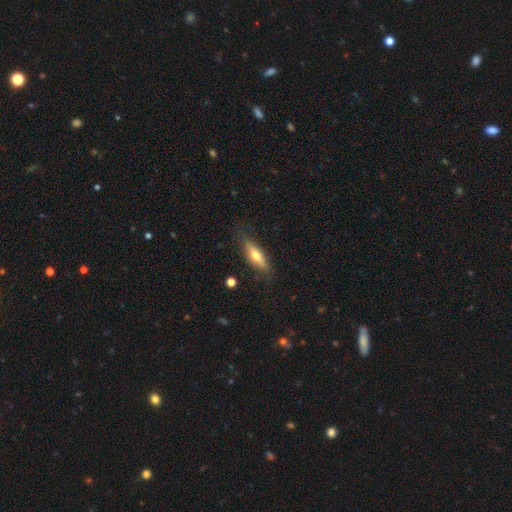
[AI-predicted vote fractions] smooth-or-featured: smooth: 48% | featured or disk: 46% | star or artifact: 6%
  merging: none: 81% | minor disturbance: 14% | major disturbance: 4% | merger: 1%